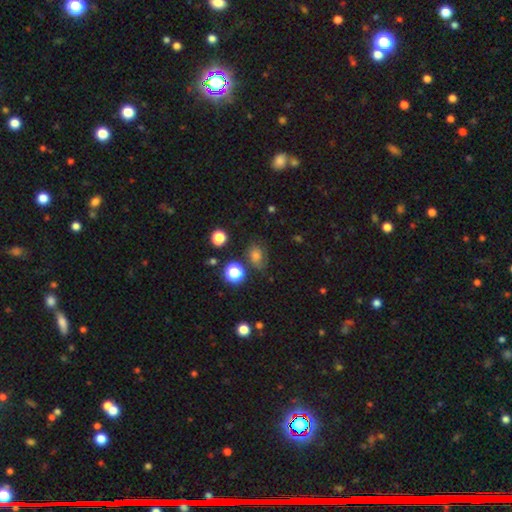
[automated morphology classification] smooth-or-featured: smooth: 59% | star or artifact: 22% | featured or disk: 19%
  how-rounded: round: 50% | in between: 49% | cigar-shaped: 1%
  merging: none: 63% | minor disturbance: 22% | major disturbance: 10% | merger: 5%